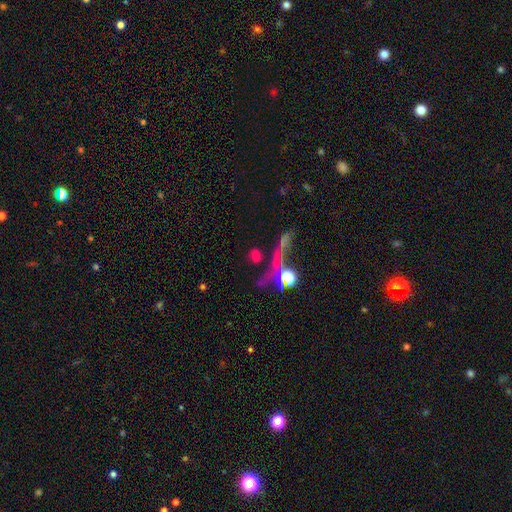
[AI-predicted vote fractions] smooth_or_featured: smooth (p=0.47) [alt: star or artifact p=0.38]
merging: none (p=0.61) [alt: merger p=0.14]